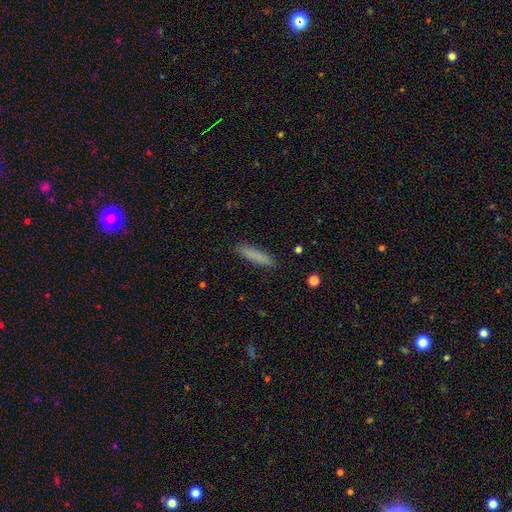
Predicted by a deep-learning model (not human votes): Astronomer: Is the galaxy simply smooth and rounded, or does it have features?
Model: smooth — 83%.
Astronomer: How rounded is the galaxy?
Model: cigar-shaped — 88%.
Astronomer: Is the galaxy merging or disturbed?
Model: none — 89%.